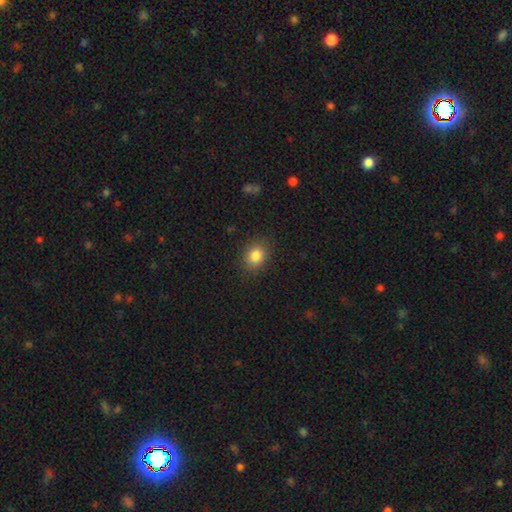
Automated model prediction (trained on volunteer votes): smooth 85%, star or artifact 10%, featured or disk 5%. Down the decision tree: how rounded — in between (50%); merging — none (86%).